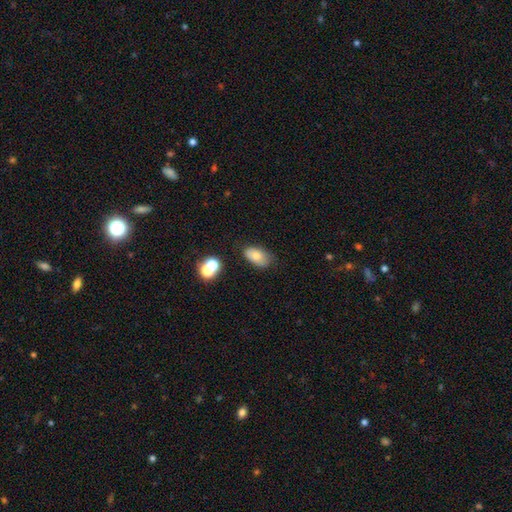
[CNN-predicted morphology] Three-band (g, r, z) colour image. It shows a smooth galaxy with no disk features (75%) that is in between round and cigar-shaped (91%). Merging: none (68%).